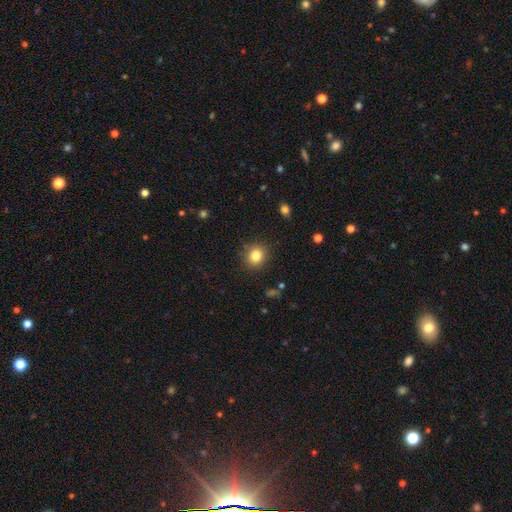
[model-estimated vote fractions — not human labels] Smooth or featured: smooth — 83% (star or artifact — 11%)
How rounded: round — 80% (in between — 19%)
Merging: none — 88% (minor disturbance — 8%)